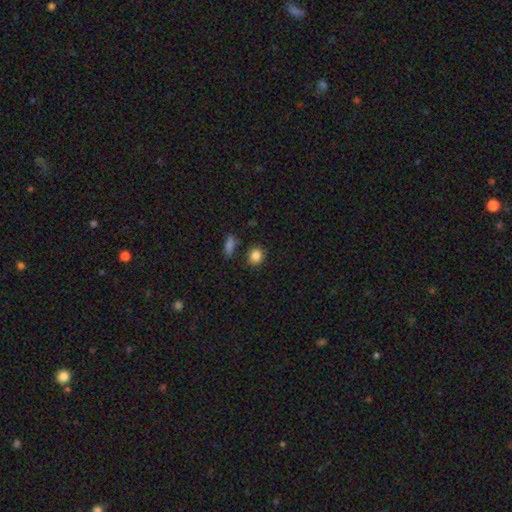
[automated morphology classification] smooth 86%, star or artifact 10%, featured or disk 5%. Down the decision tree: how rounded — round (77%); merging — none (85%).